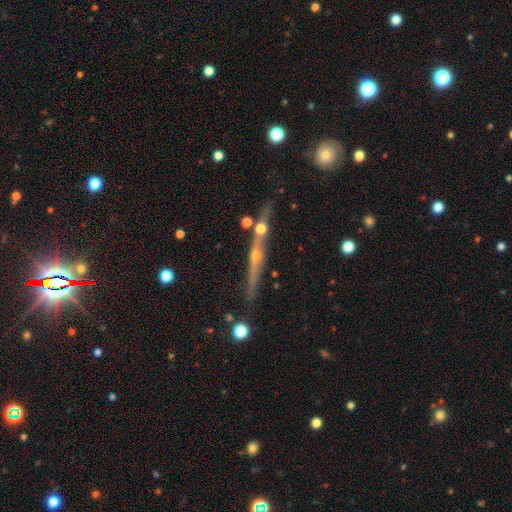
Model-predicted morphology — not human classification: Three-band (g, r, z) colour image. It shows a featured or disk galaxy (73%) viewed edge-on (96%) with a rounded central bulge (73%). Merging: none (78%).